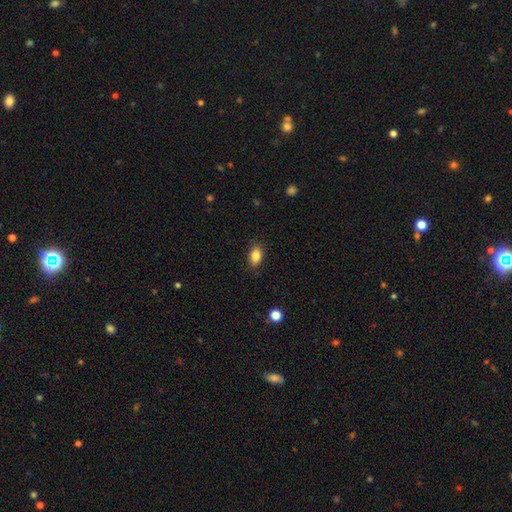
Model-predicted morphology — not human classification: Smooth or featured? smooth (85%)
How rounded? in between (87%)
Merging? none (85%)